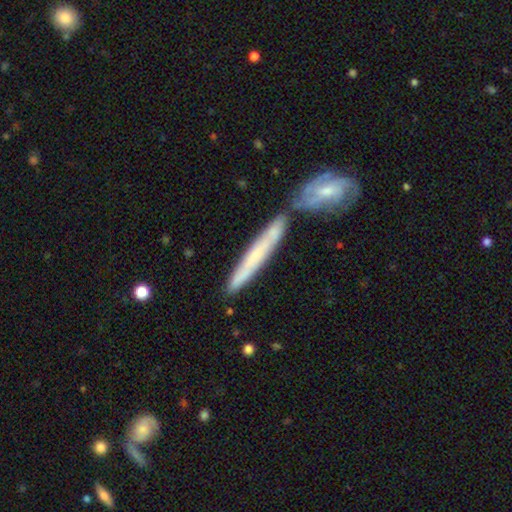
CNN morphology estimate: Overall: smooth (50%; featured or disk 44%). Merging: none (60%; merger 25%).